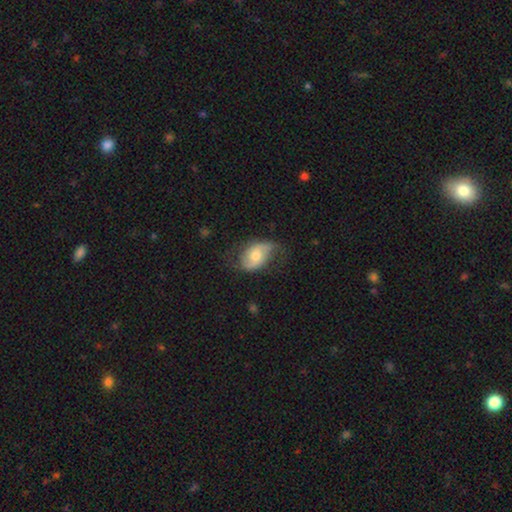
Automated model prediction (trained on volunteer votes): The model was most divided on "smooth or featured": featured or disk: 55%, smooth: 39%, star or artifact: 7%. More confident: edge-on disk — no (95%); spiral arms — yes (79%); bulge size — moderate (65%); bar — no (58%); merging — none (56%).